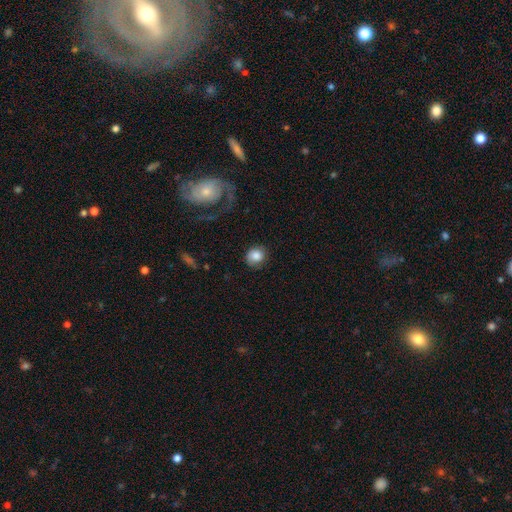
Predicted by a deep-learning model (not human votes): Smooth or featured? Predicted: smooth (p=0.81). How rounded? Predicted: round (p=0.78). Merging? Predicted: none (p=0.76).